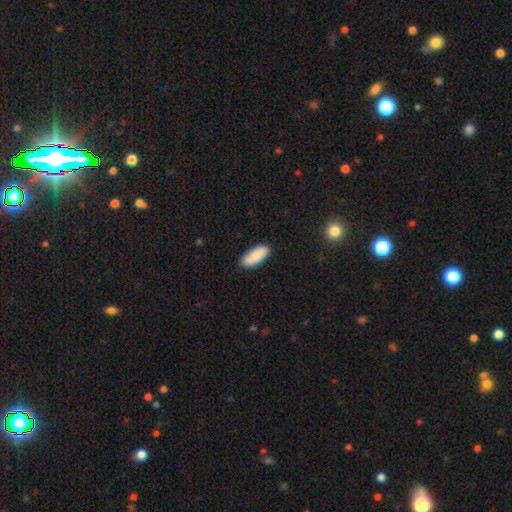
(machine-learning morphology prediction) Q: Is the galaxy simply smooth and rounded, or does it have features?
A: smooth — 86%.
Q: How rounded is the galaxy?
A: in between — 83%.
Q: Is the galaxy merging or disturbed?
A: none — 88%.